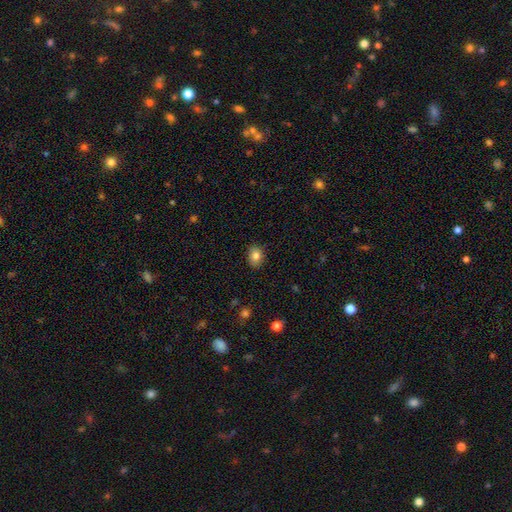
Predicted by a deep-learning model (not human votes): This appears to be a smooth galaxy with no disk features (83%) that is in between round and cigar-shaped (56%). Merging: none (87%).